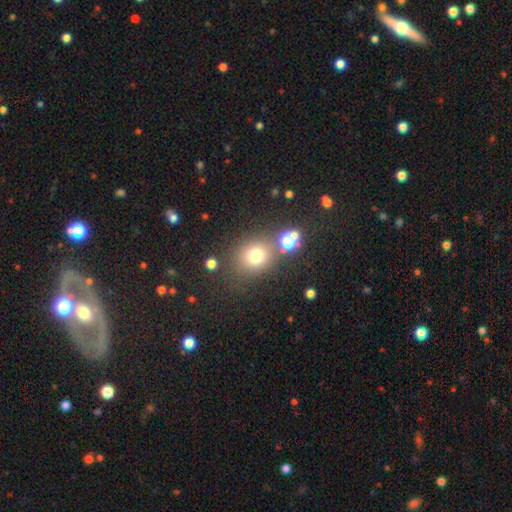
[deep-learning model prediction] smooth 72%, star or artifact 19%, featured or disk 9%. Down the decision tree: how rounded — round (78%); merging — none (71%).